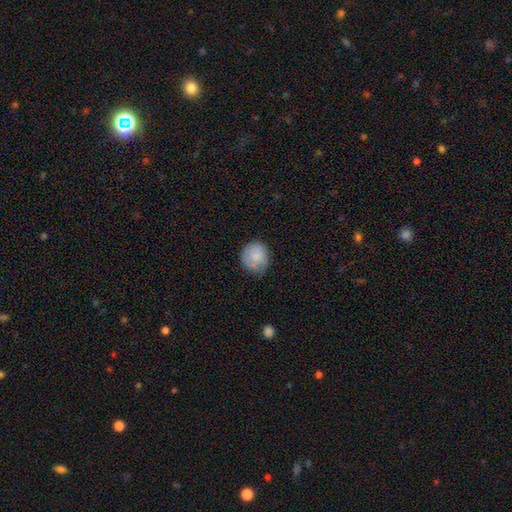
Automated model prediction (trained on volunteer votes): Smooth or featured? smooth (77%)
How rounded? round (80%)
Merging? none (67%)